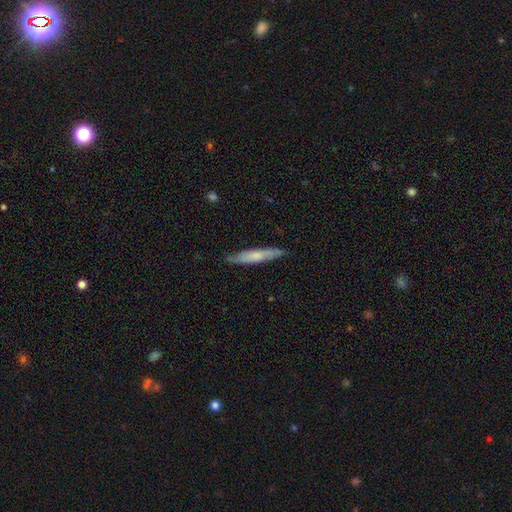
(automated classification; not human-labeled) A smooth galaxy with no disk features (58%) that is cigar-shaped (92%). Merging: none (84%).